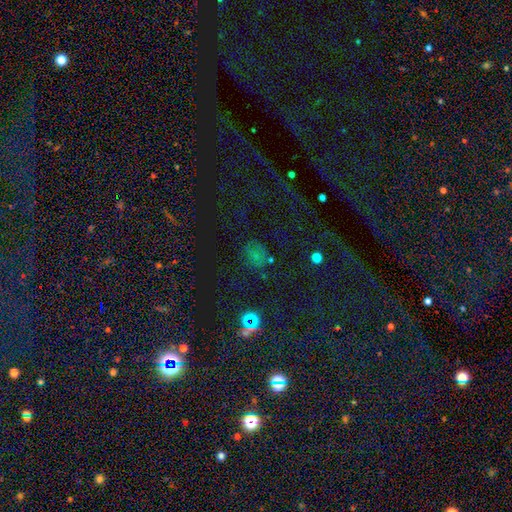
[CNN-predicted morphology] Overall: star or artifact (47%; smooth 41%).